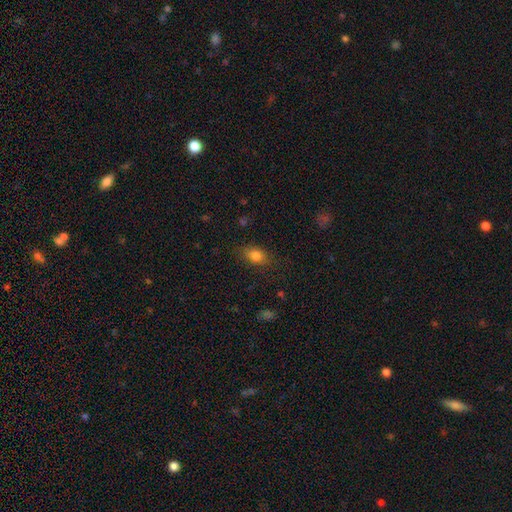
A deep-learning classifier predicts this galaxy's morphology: This appears to be a smooth galaxy with no disk features (80%) that is in between round and cigar-shaped (77%). Merging: none (81%).